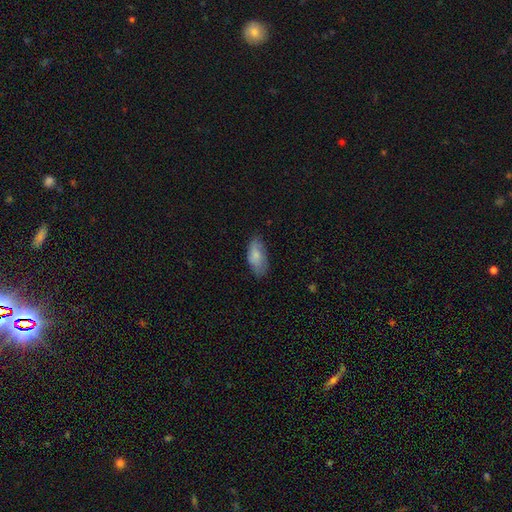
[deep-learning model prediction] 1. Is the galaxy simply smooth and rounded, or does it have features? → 78% smooth, 15% featured or disk, 6% star or artifact.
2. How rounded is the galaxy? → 88% in between, 10% cigar-shaped, 2% round.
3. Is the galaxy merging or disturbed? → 70% none, 24% minor disturbance, 5% major disturbance, 1% merger.